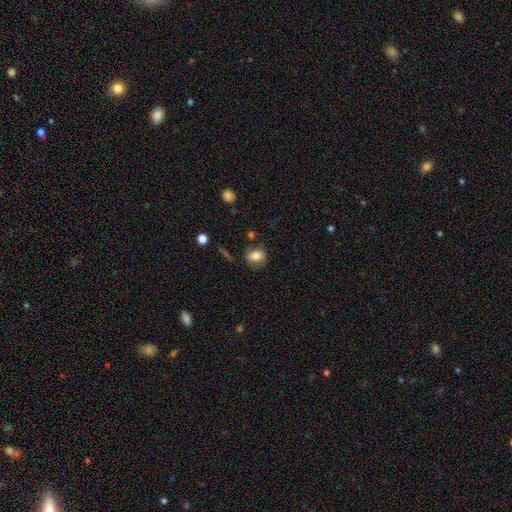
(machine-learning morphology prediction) Smooth or featured? smooth (77%)
How rounded? in between (59%)
Merging? none (64%)